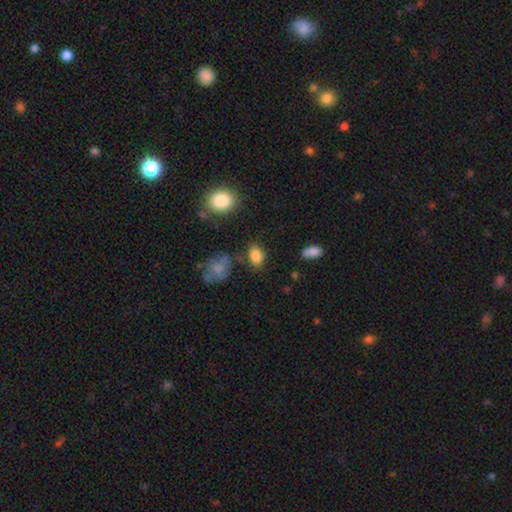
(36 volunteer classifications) This is clearly a smooth galaxy (86%). How rounded: likely in between (68%). Merging: likely none (75%).